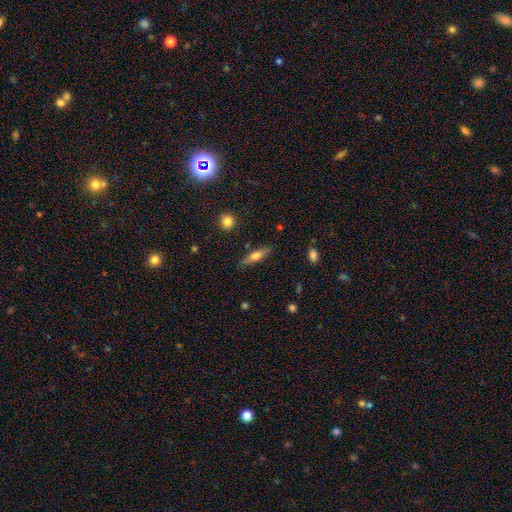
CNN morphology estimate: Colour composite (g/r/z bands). It shows a smooth galaxy with no disk features (50%) that is cigar-shaped (64%). Merging: none (83%).